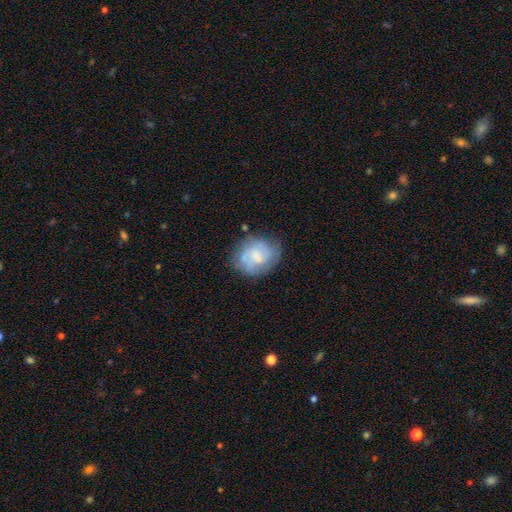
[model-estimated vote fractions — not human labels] smooth-or-featured: featured or disk: 57% | smooth: 36% | star or artifact: 7%
  disk-edge-on: no: 98% | yes: 2%
    bar: no: 63% | weak: 32% | strong: 5%
    has-spiral-arms: yes: 74% | no: 26%
    bulge-size: small: 40% | moderate: 29% | none: 25% | large: 5% | dominant: 2%
  merging: none: 63% | minor disturbance: 22% | major disturbance: 10% | merger: 5%